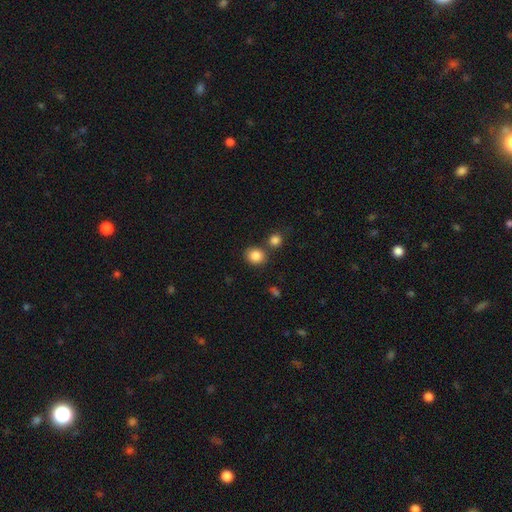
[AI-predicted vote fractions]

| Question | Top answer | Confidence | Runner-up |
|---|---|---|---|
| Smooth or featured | smooth | 85% | star or artifact (10%) |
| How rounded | round | 74% | in between (26%) |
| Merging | none | 74% | merger (14%) |